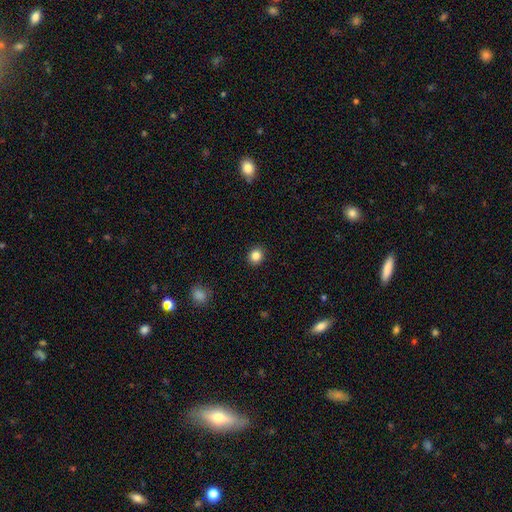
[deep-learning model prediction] A smooth galaxy with no disk features (84%) that is round (83%). Merging: none (92%).